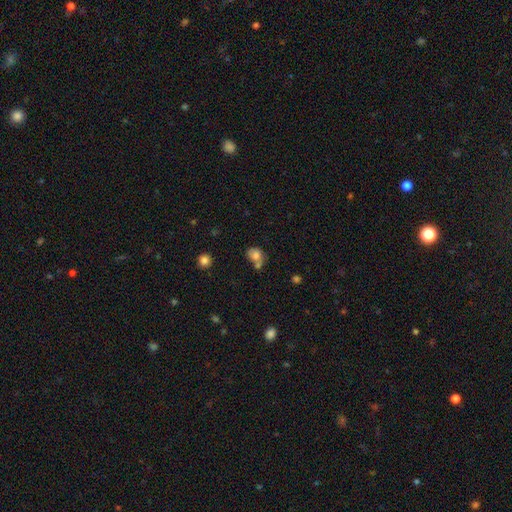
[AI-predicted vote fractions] This appears to be a smooth galaxy with no disk features (73%) that is round (53%). Merging: merger (38%).